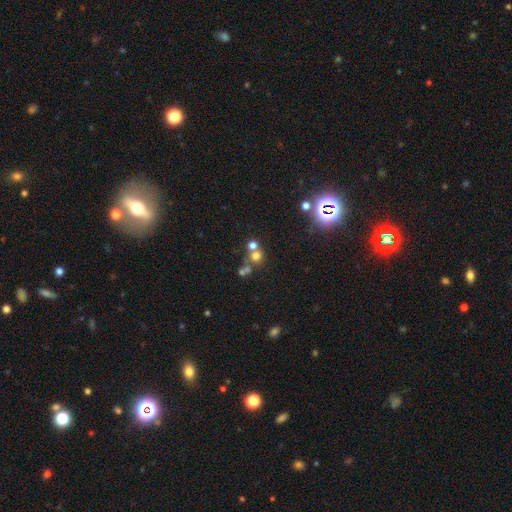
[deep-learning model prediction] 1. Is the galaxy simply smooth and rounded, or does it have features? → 62% smooth, 23% star or artifact, 15% featured or disk.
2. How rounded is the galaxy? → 87% round, 12% in between, 1% cigar-shaped.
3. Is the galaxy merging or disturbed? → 50% none, 39% merger, 7% minor disturbance, 4% major disturbance.